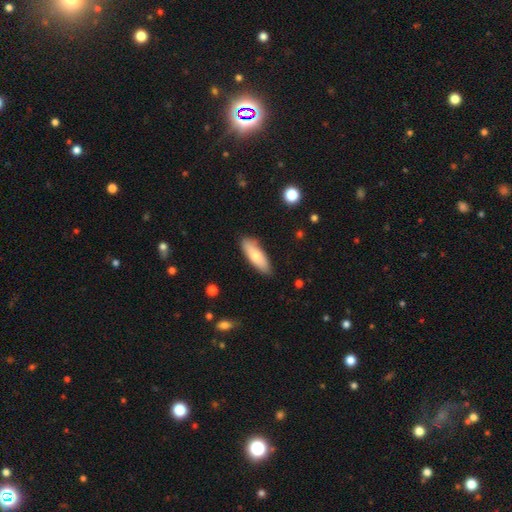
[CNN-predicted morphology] smooth-or-featured: smooth: 72% | featured or disk: 22% | star or artifact: 6%
  how-rounded: in between: 57% | cigar-shaped: 41% | round: 2%
  merging: none: 84% | minor disturbance: 12% | major disturbance: 2% | merger: 1%